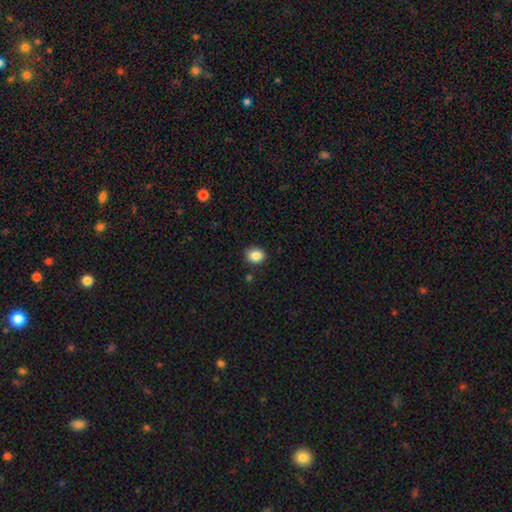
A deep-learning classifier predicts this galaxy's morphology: Q: Smooth or featured?
A: smooth (86%); runner-up: star or artifact (10%)
Q: How rounded?
A: round (60%); runner-up: in between (39%)
Q: Merging?
A: none (86%); runner-up: minor disturbance (10%)